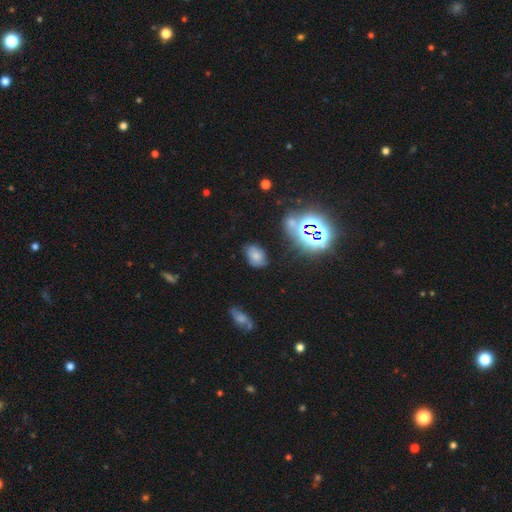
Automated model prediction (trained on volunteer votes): Smooth or featured? smooth (64%)
How rounded? in between (83%)
Merging? none (67%)